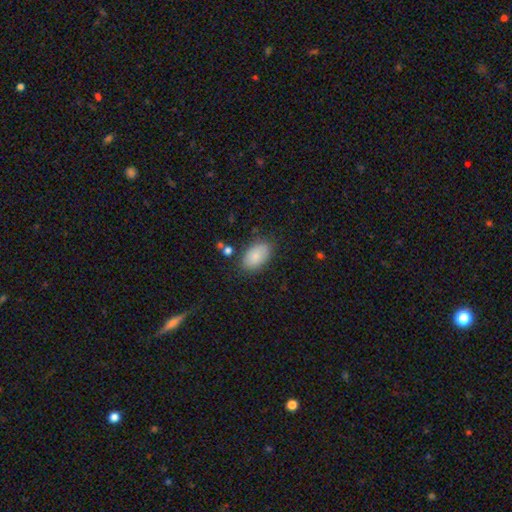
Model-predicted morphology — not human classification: type=smooth (86%); roundness=in between (93%); merging=none (80%).